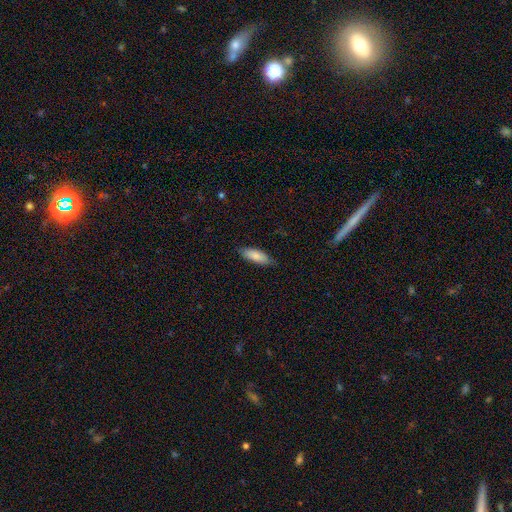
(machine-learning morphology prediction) Q: Smooth or featured?
A: smooth (85%); runner-up: featured or disk (9%)
Q: How rounded?
A: in between (64%); runner-up: cigar-shaped (34%)
Q: Merging?
A: none (79%); runner-up: minor disturbance (17%)